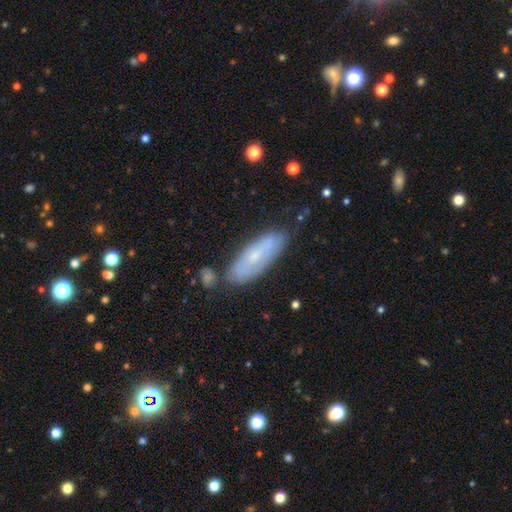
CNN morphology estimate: Smooth or featured? Predicted: smooth (p=0.49). Merging? Predicted: none (p=0.68).